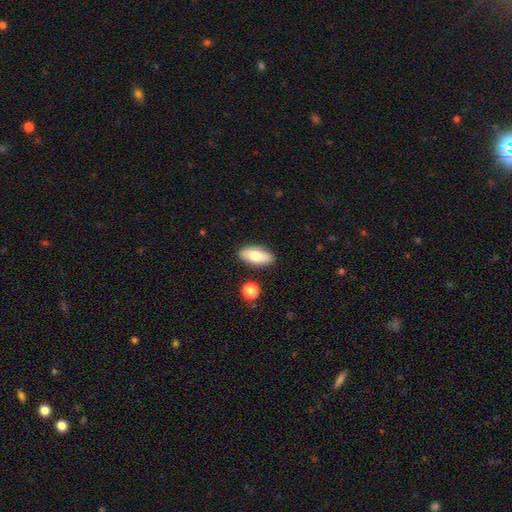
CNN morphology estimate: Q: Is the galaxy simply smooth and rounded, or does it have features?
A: smooth — 77%.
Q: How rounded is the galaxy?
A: in between — 84%.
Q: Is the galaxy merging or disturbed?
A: none — 86%.